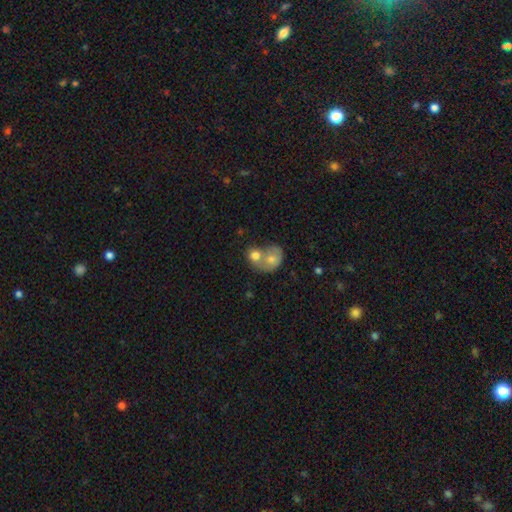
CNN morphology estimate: Smooth or featured?
  - smooth: 71% *
  - featured or disk: 21%
  - star or artifact: 8%
How rounded?
  - round: 63% *
  - in between: 36%
  - cigar-shaped: 1%
Merging?
  - merger: 71% *
  - none: 18%
  - minor disturbance: 6%
  - major disturbance: 4%